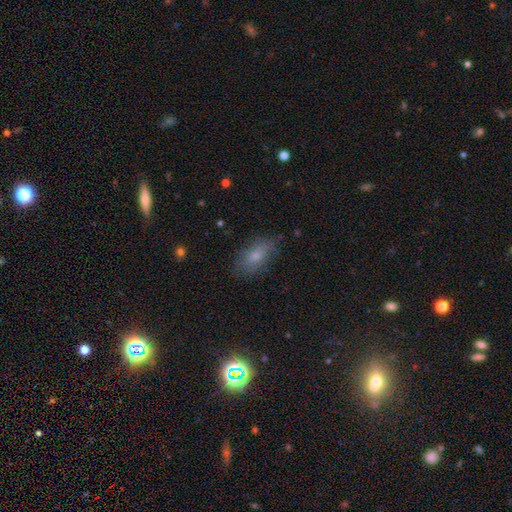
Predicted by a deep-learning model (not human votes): The model was most divided on "smooth or featured": smooth: 72%, featured or disk: 19%, star or artifact: 9%. More confident: how rounded — in between (86%); merging — none (76%).